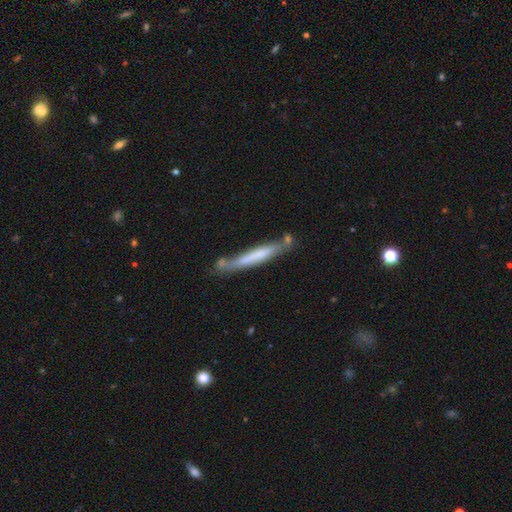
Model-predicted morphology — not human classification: Smooth or featured? smooth (49%)
Merging? none (60%)